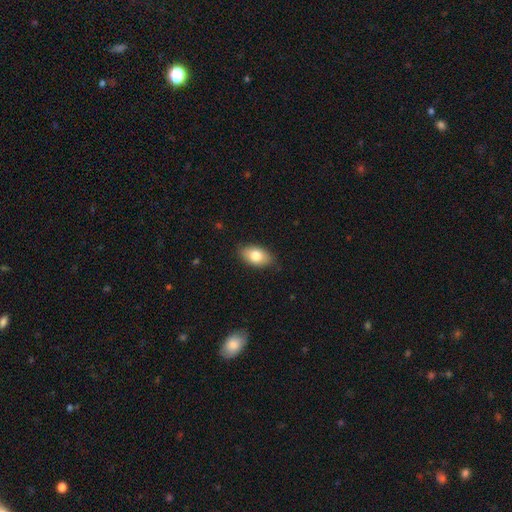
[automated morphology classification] A smooth galaxy with no disk features (79%) that is in between round and cigar-shaped (91%). Merging: none (84%).